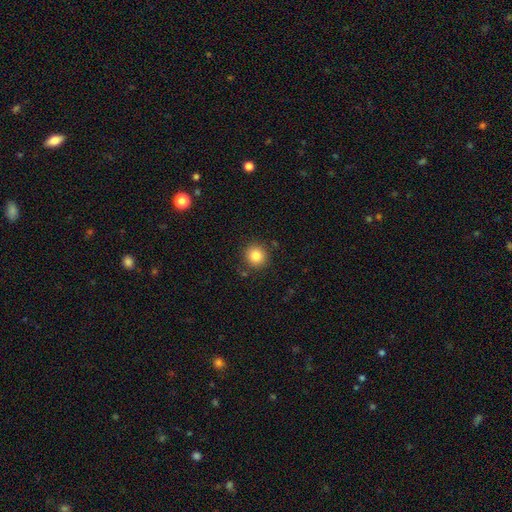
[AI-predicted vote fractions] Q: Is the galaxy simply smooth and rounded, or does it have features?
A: smooth — 84%.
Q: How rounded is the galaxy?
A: round — 93%.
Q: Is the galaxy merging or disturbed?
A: none — 87%.